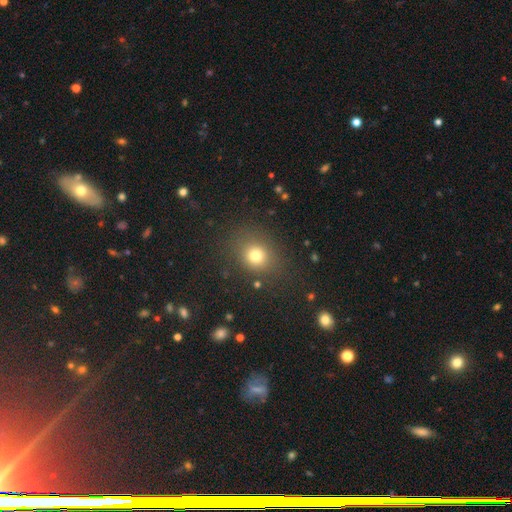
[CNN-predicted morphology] A smooth galaxy with no disk features (77%) that is round (71%).

Vote fractions:
- Smooth or featured? smooth: 77% / star or artifact: 16% / featured or disk: 8%
- How rounded? round: 71% / in between: 28% / cigar-shaped: 1%
- Merging? none: 82% / minor disturbance: 10% / major disturbance: 5% / merger: 2%